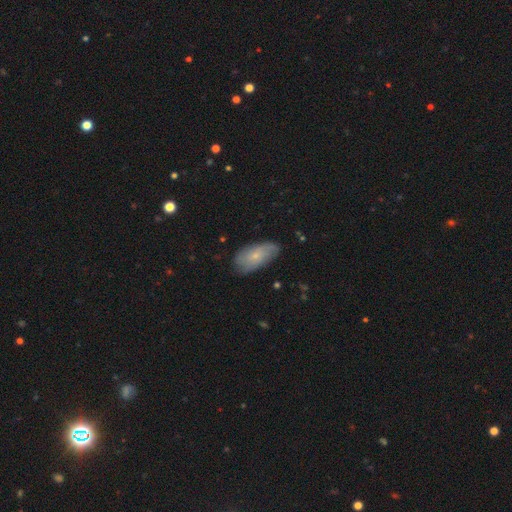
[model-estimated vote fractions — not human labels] The model was most divided on "smooth or featured": smooth: 56%, featured or disk: 37%, star or artifact: 7%. More confident: how rounded — in between (90%); merging — none (73%).